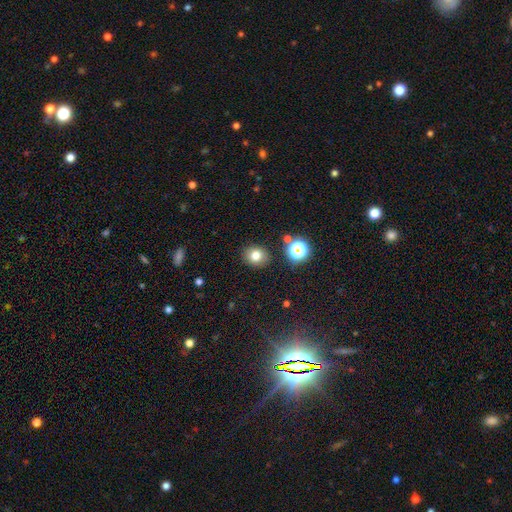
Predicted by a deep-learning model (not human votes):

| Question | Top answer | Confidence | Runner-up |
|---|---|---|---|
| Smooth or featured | smooth | 76% | star or artifact (15%) |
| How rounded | round | 67% | in between (32%) |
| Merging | none | 87% | minor disturbance (8%) |